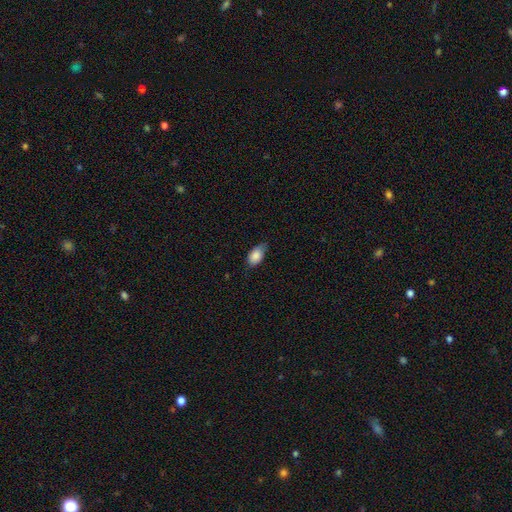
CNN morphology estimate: A smooth galaxy with no disk features (85%) that is in between round and cigar-shaped (92%). Merging: none (61%).